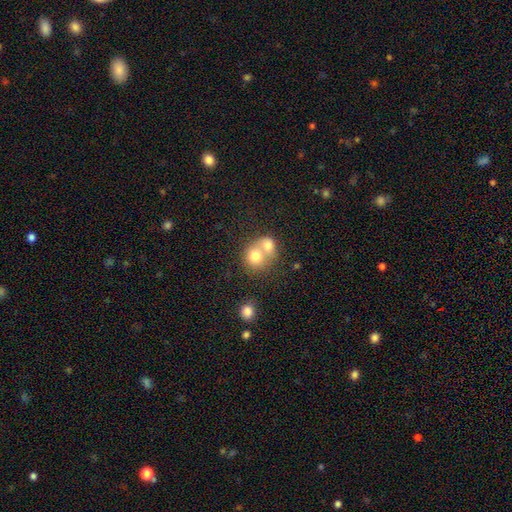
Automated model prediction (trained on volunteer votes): Smooth or featured: smooth — 74% (featured or disk — 17%)
How rounded: round — 73% (in between — 26%)
Merging: merger — 69% (none — 23%)